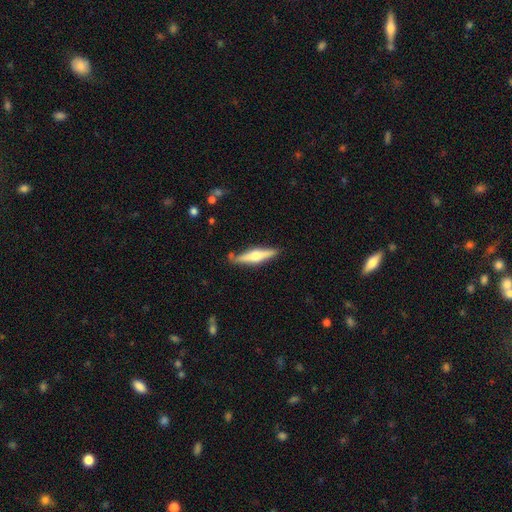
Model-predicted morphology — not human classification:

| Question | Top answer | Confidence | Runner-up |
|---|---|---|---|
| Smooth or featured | featured or disk | 61% | smooth (33%) |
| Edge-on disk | yes | 96% | no (4%) |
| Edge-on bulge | rounded | 90% | boxy (6%) |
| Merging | none | 83% | minor disturbance (12%) |